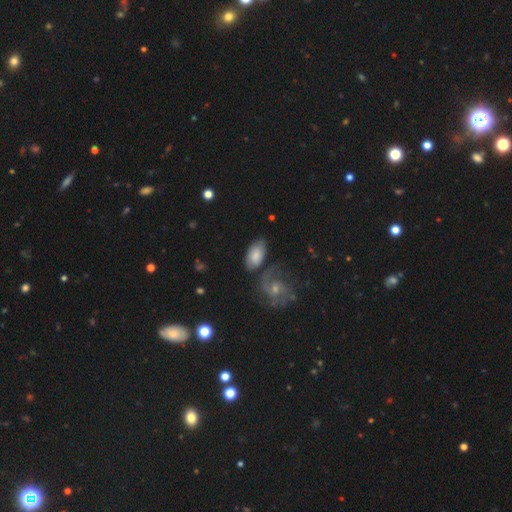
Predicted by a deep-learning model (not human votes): smooth_or_featured: smooth (p=0.61) [alt: featured or disk p=0.30]
how_rounded: in between (p=0.90) [alt: round p=0.08]
merging: none (p=0.56) [alt: minor disturbance p=0.23]